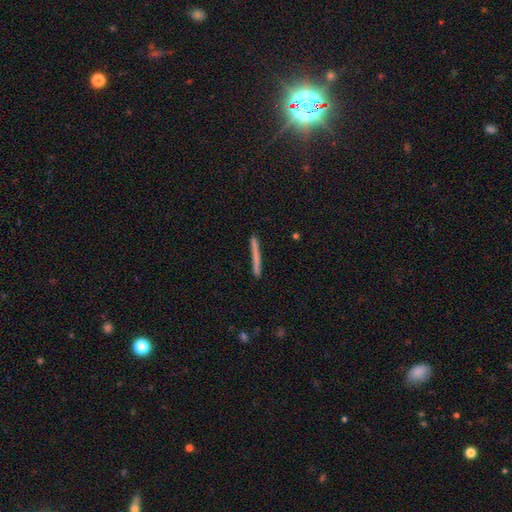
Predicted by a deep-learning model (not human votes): The model was most divided on "smooth or featured": smooth: 66%, featured or disk: 27%, star or artifact: 7%. More confident: how rounded — cigar-shaped (97%); merging — none (89%).